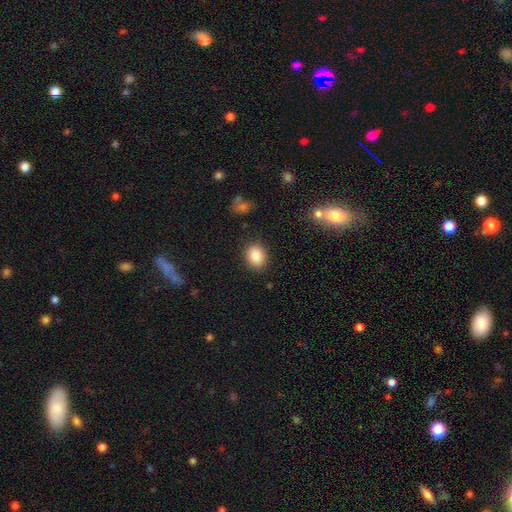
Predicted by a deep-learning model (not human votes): Smooth or featured?
  - smooth: 85% *
  - star or artifact: 9%
  - featured or disk: 7%
How rounded?
  - in between: 53% *
  - round: 46%
  - cigar-shaped: 1%
Merging?
  - none: 87% *
  - minor disturbance: 9%
  - major disturbance: 3%
  - merger: 2%